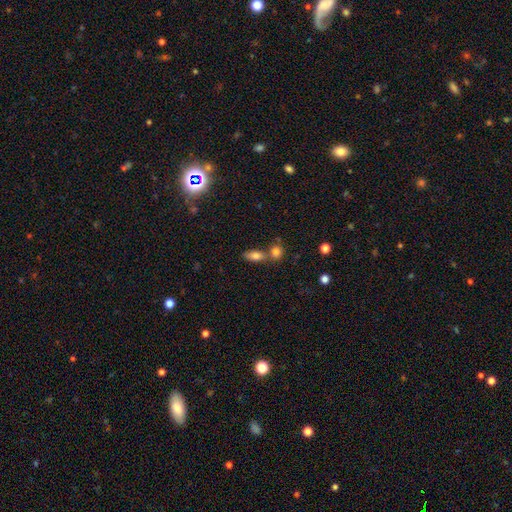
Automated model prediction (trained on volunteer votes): smooth 79%, featured or disk 11%, star or artifact 10%. Down the decision tree: how rounded — in between (80%); merging — none (52%).